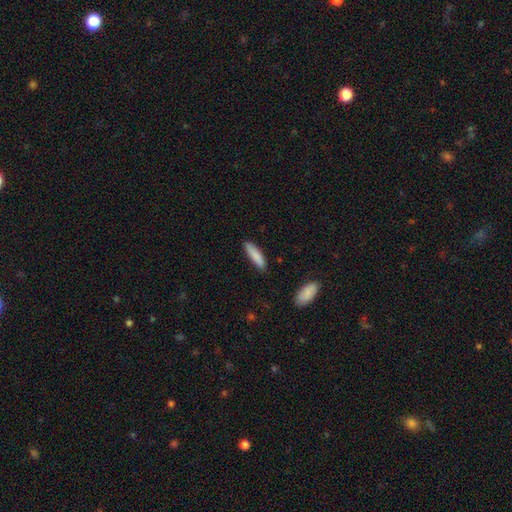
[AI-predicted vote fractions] Q: Smooth or featured?
A: smooth (86%); runner-up: featured or disk (9%)
Q: How rounded?
A: cigar-shaped (71%); runner-up: in between (28%)
Q: Merging?
A: none (86%); runner-up: minor disturbance (11%)